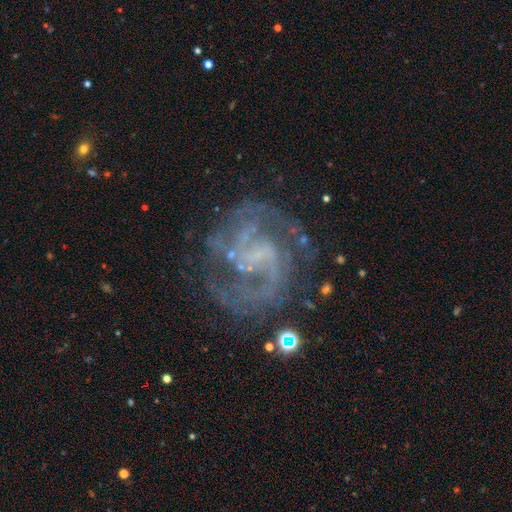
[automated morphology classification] type=featured or disk (88%); edge-on=no (98%); bar=weak (46%); spiral arms=yes (96%); winding=medium (50%); arm count=2 (64%); bulge=none (58%); merging=none (70%).